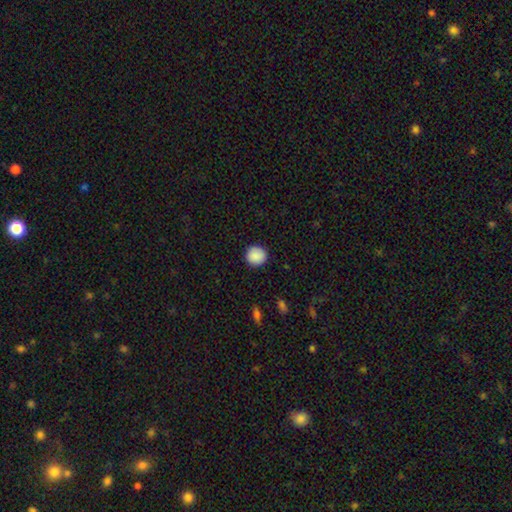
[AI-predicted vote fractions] smooth-or-featured: smooth: 90% | star or artifact: 8% | featured or disk: 3%
  how-rounded: round: 92% | in between: 7% | cigar-shaped: 1%
  merging: none: 91% | minor disturbance: 6% | major disturbance: 2% | merger: 1%